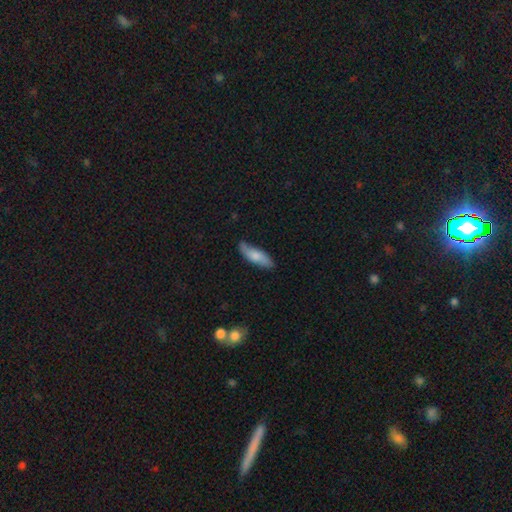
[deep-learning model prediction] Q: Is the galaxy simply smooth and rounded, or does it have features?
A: smooth — 68%.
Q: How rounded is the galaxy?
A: in between — 54%.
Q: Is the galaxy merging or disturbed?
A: none — 74%.